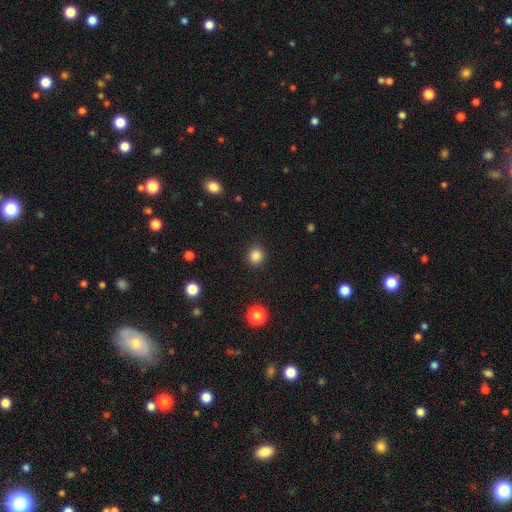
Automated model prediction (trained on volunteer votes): Smooth or featured?
  - smooth: 85% *
  - star or artifact: 11%
  - featured or disk: 3%
How rounded?
  - round: 82% *
  - in between: 18%
  - cigar-shaped: 1%
Merging?
  - none: 90% *
  - minor disturbance: 7%
  - major disturbance: 2%
  - merger: 1%